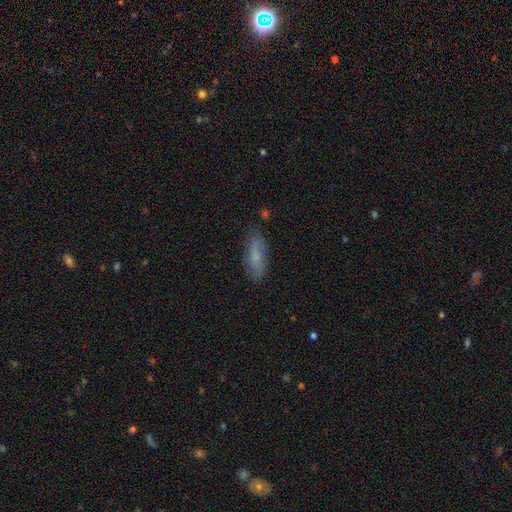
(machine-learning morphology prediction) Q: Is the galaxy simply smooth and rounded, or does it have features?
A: smooth — 68%.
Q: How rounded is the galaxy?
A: in between — 61%.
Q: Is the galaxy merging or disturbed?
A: none — 76%.